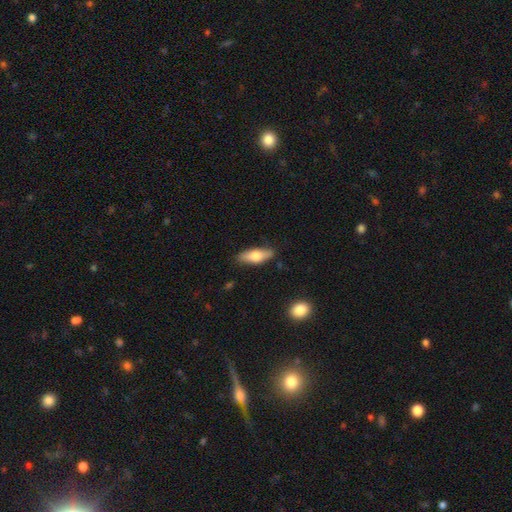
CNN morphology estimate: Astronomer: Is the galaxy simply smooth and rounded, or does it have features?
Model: smooth — 68%.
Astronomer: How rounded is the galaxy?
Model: in between — 63%.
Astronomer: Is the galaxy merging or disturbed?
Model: none — 84%.